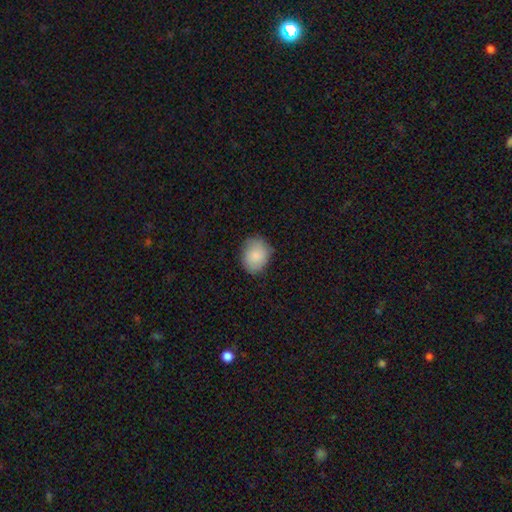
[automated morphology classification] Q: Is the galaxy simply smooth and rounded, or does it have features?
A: smooth — 84%.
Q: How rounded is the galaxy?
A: in between — 52%.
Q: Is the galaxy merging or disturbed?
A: none — 73%.